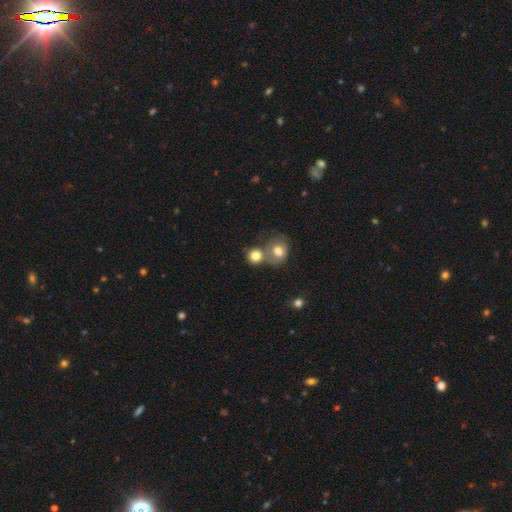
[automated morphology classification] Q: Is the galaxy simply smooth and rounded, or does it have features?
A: smooth — 80%.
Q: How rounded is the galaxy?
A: round — 82%.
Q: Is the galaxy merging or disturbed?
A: merger — 45%.